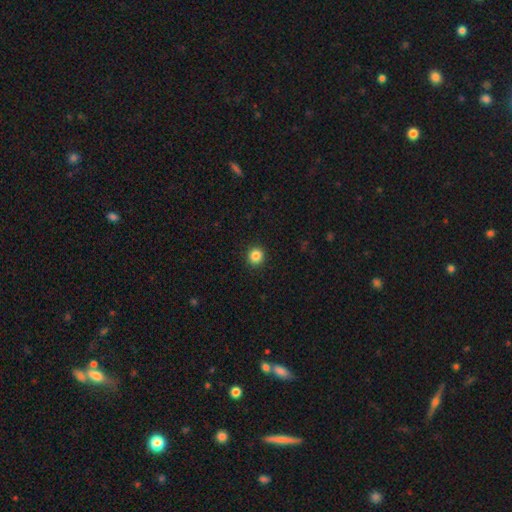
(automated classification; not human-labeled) Morphology: type=smooth (85%); roundness=round (93%); merging=none (93%).